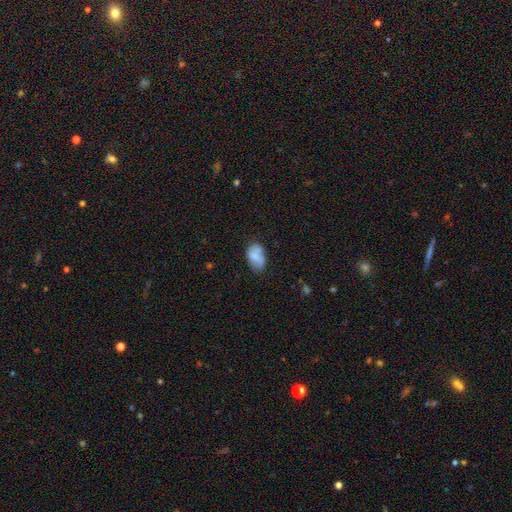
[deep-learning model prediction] smooth-or-featured: smooth: 76% | featured or disk: 15% | star or artifact: 8%
  how-rounded: in between: 89% | round: 10% | cigar-shaped: 1%
  merging: none: 58% | minor disturbance: 28% | major disturbance: 8% | merger: 6%